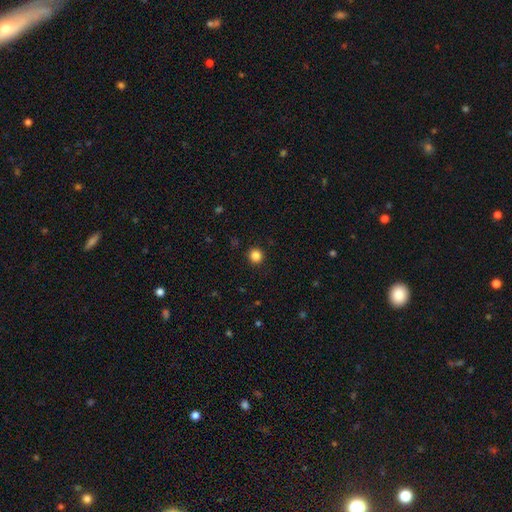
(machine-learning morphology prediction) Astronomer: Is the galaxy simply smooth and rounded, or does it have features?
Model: smooth — 85%.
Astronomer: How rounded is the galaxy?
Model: round — 94%.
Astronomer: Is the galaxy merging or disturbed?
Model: none — 93%.